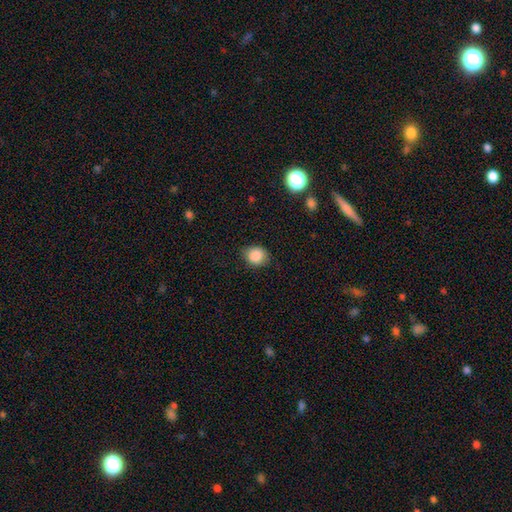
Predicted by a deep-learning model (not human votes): Q: Smooth or featured?
A: smooth (87%); runner-up: star or artifact (9%)
Q: How rounded?
A: round (63%); runner-up: in between (36%)
Q: Merging?
A: none (82%); runner-up: minor disturbance (14%)